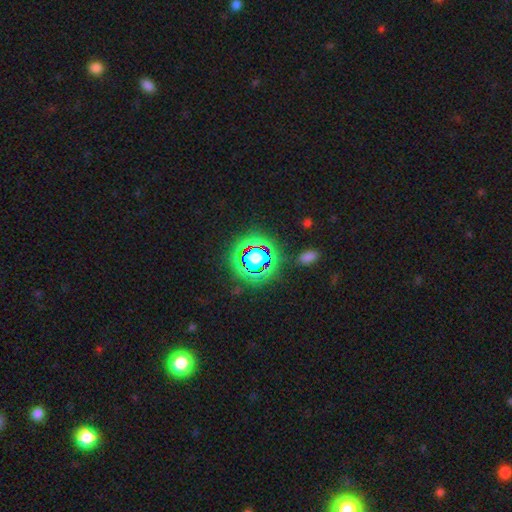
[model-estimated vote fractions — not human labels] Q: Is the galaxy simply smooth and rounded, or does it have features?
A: star or artifact — 77%.